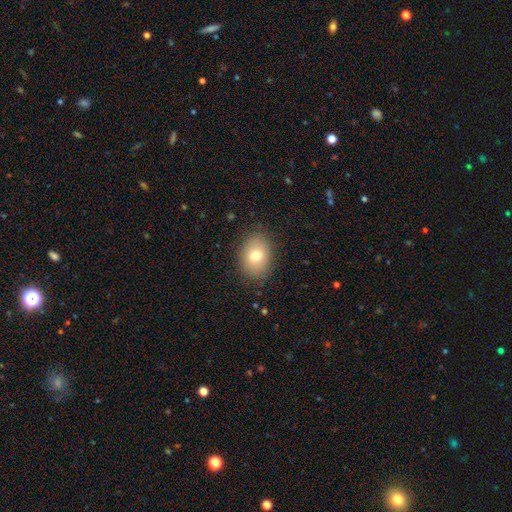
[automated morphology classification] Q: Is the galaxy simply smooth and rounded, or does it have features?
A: smooth — 75%.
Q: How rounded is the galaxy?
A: in between — 66%.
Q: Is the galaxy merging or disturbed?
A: none — 84%.